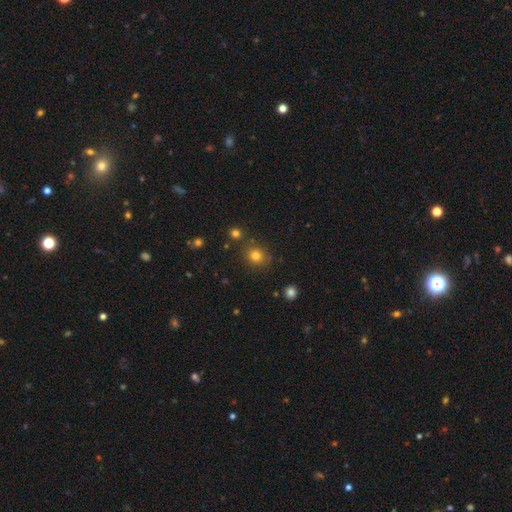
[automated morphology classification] A smooth galaxy with no disk features (78%) that is round (82%).

Vote fractions:
- Smooth or featured? smooth: 78% / star or artifact: 15% / featured or disk: 7%
- How rounded? round: 82% / in between: 18% / cigar-shaped: 1%
- Merging? none: 81% / minor disturbance: 10% / merger: 5% / major disturbance: 3%